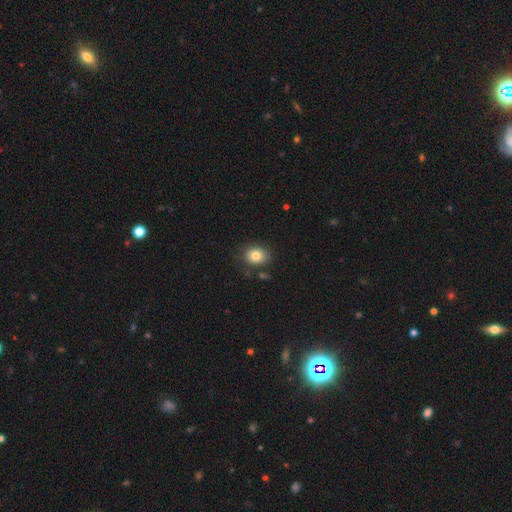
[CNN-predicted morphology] smooth_or_featured: smooth (p=0.82) [alt: star or artifact p=0.10]
how_rounded: round (p=0.51) [alt: in between p=0.48]
merging: none (p=0.80) [alt: minor disturbance p=0.13]